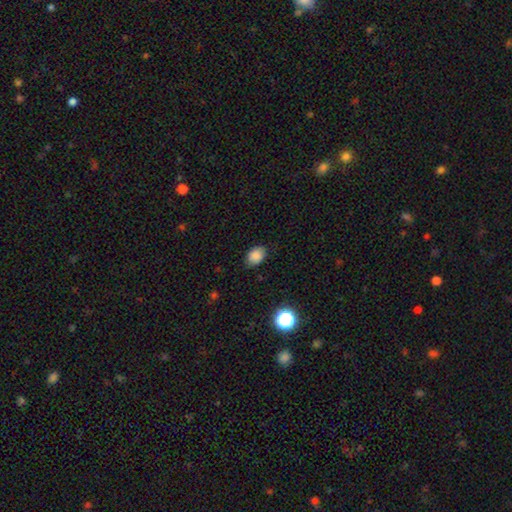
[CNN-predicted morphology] A smooth galaxy with no disk features (85%) that is in between round and cigar-shaped (76%).

Vote fractions:
- Smooth or featured? smooth: 85% / star or artifact: 10% / featured or disk: 5%
- How rounded? in between: 76% / round: 23% / cigar-shaped: 1%
- Merging? none: 80% / minor disturbance: 15% / major disturbance: 3% / merger: 1%